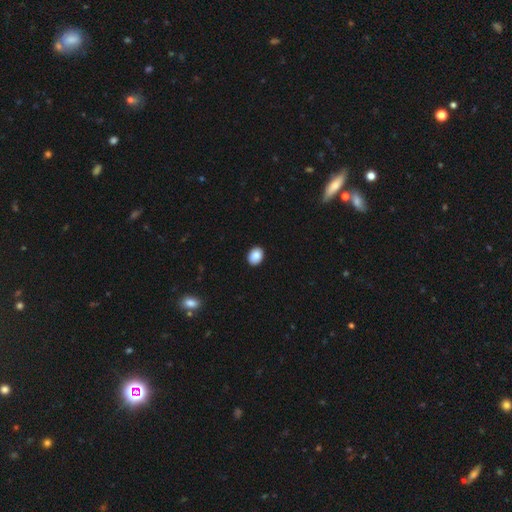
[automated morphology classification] Q: Smooth or featured?
A: smooth (89%); runner-up: star or artifact (8%)
Q: How rounded?
A: in between (63%); runner-up: round (36%)
Q: Merging?
A: none (90%); runner-up: minor disturbance (7%)